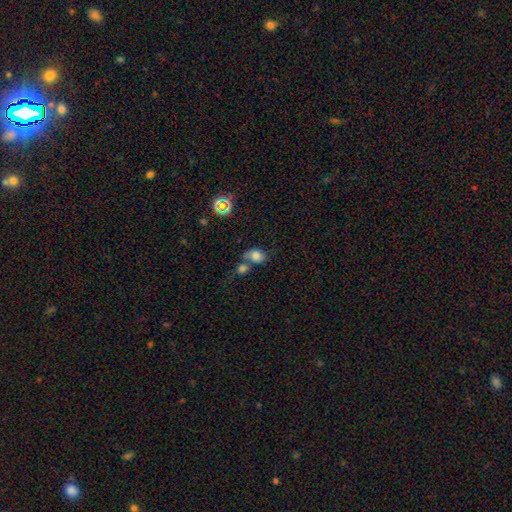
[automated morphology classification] Smooth or featured: smooth — 72% (featured or disk — 14%)
How rounded: in between — 59% (round — 39%)
Merging: merger — 47% (none — 31%)